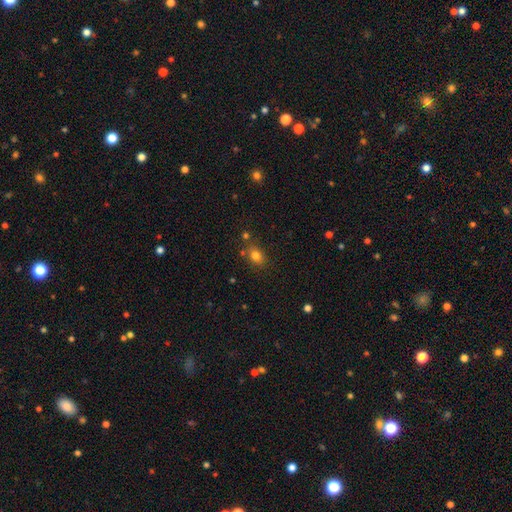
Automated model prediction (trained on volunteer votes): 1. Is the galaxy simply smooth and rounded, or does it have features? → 78% smooth, 14% star or artifact, 8% featured or disk.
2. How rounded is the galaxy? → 59% in between, 40% round, 2% cigar-shaped.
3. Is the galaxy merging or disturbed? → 73% none, 14% minor disturbance, 9% merger, 4% major disturbance.